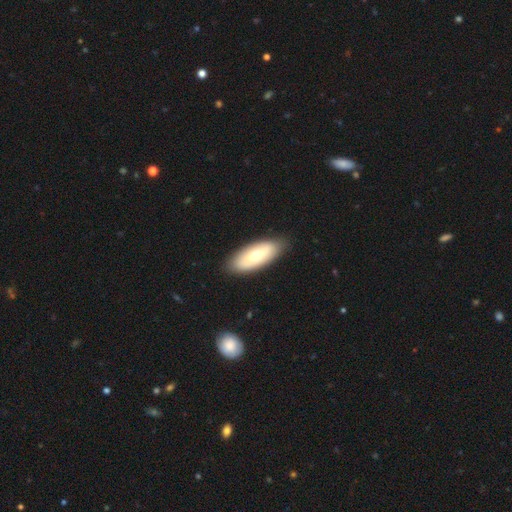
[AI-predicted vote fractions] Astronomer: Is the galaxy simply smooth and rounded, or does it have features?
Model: smooth — 58% (runner-up: featured or disk, 37%).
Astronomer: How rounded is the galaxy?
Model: in between — 82%.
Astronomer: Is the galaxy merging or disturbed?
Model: none — 87%.